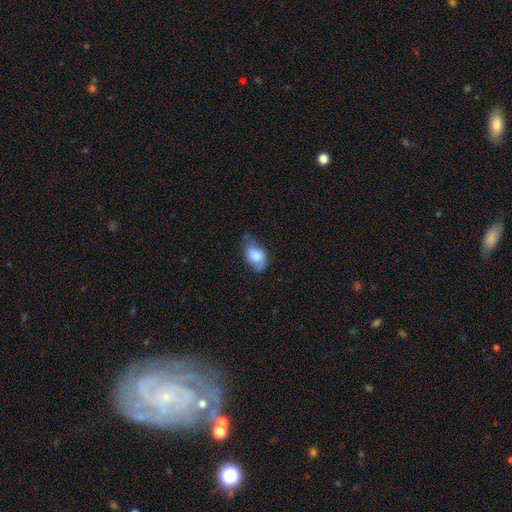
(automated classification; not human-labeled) The model was most divided on "merging": none: 44%, minor disturbance: 40%, major disturbance: 13%, merger: 2%. More confident: how rounded — in between (87%); smooth or featured — smooth (76%).